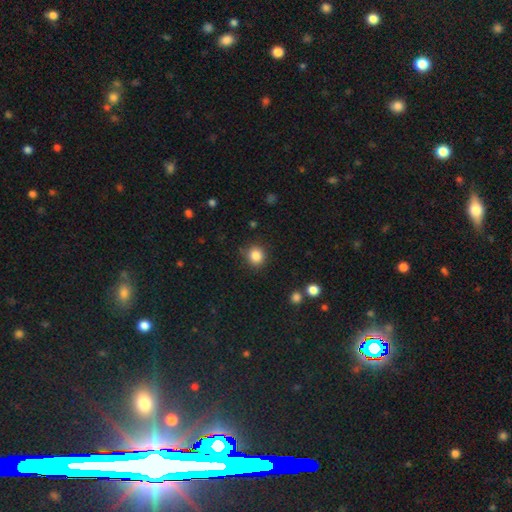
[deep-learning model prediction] Morphology: type=smooth (85%); roundness=round (89%); merging=none (84%).